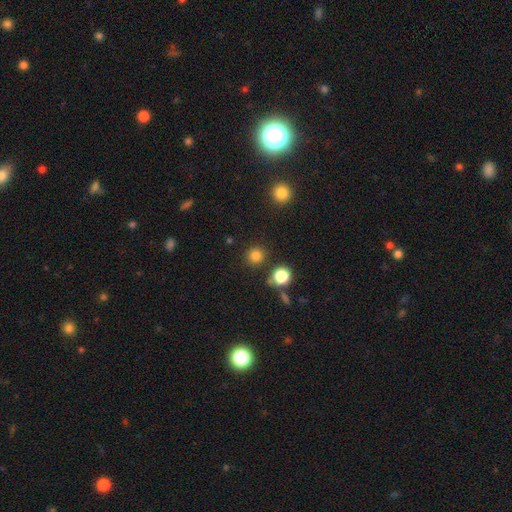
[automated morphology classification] Smooth or featured? smooth (82%)
How rounded? round (92%)
Merging? none (86%)